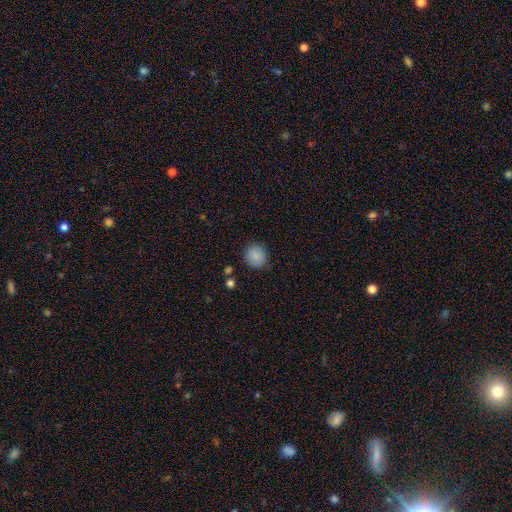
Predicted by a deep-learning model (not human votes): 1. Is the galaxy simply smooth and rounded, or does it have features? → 86% smooth, 8% star or artifact, 5% featured or disk.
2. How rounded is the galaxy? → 89% round, 10% in between, 1% cigar-shaped.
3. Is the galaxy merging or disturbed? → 86% none, 10% minor disturbance, 3% major disturbance, 2% merger.